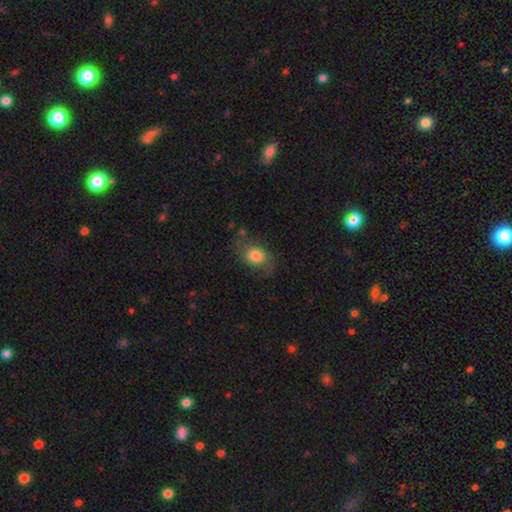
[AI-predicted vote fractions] smooth_or_featured: smooth (p=0.65) [alt: featured or disk p=0.26]
how_rounded: in between (p=0.50) [alt: round p=0.48]
merging: none (p=0.61) [alt: minor disturbance p=0.23]